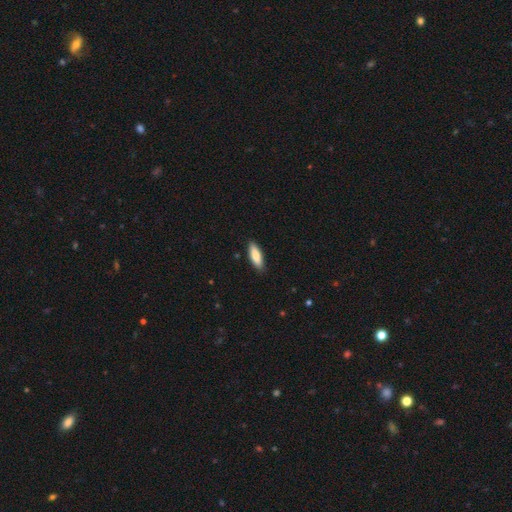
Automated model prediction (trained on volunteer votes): smooth-or-featured: smooth: 83% | featured or disk: 12% | star or artifact: 5%
  how-rounded: in between: 53% | cigar-shaped: 45% | round: 2%
  merging: none: 88% | minor disturbance: 9% | major disturbance: 2% | merger: 1%